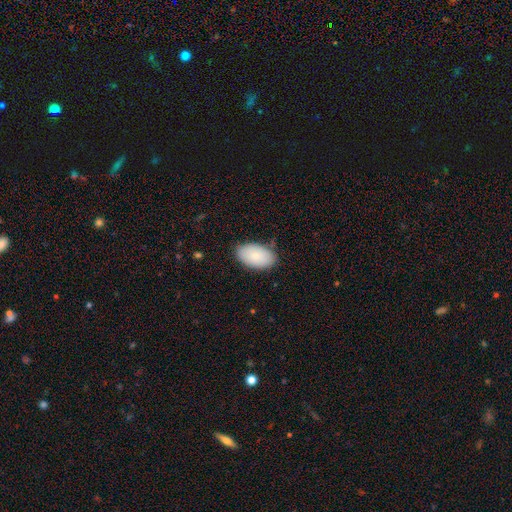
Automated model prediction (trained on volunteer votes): This appears to be a smooth galaxy with no disk features (86%) that is in between round and cigar-shaped (95%). Merging: none (82%).